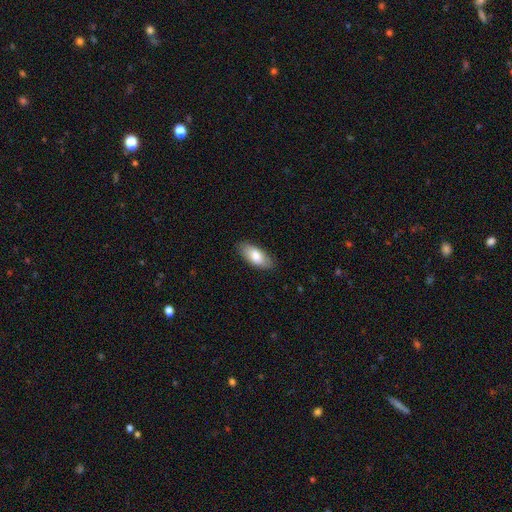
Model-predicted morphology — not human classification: Smooth or featured? Predicted: smooth (p=0.79). How rounded? Predicted: in between (p=0.85). Merging? Predicted: none (p=0.85).